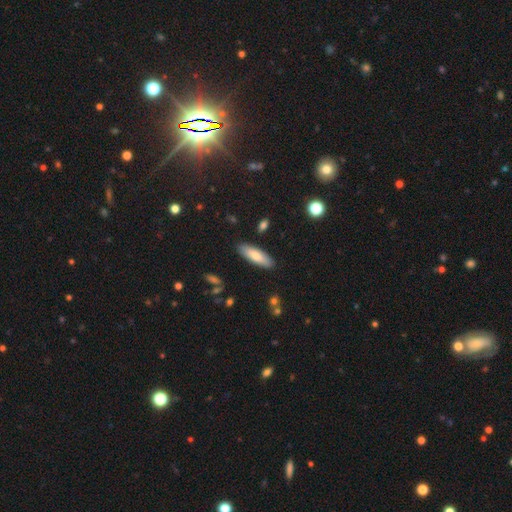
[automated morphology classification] Smooth or featured: smooth — 78% (featured or disk — 16%)
How rounded: cigar-shaped — 52% (in between — 46%)
Merging: none — 88% (minor disturbance — 9%)